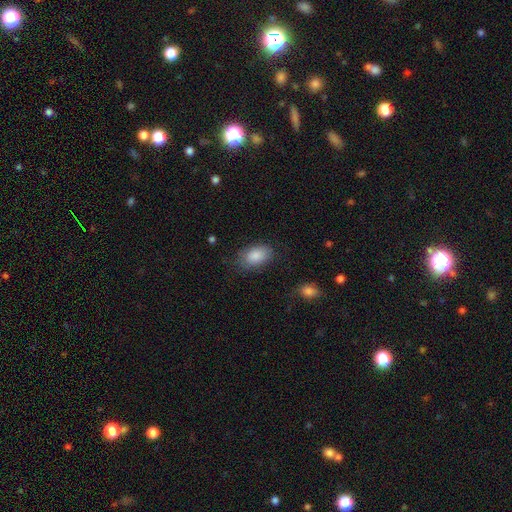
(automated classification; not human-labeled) A smooth galaxy with no disk features (86%) that is in between round and cigar-shaped (89%). Merging: none (75%).